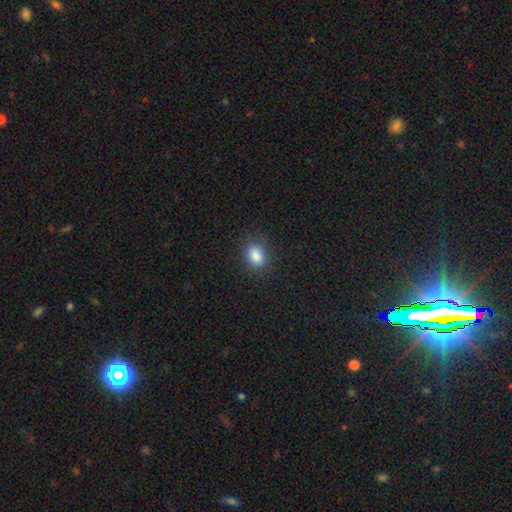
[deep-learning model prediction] Smooth or featured? smooth (86%)
How rounded? in between (65%)
Merging? none (86%)